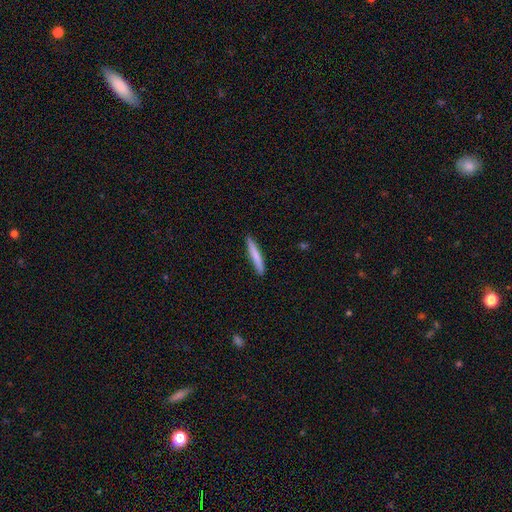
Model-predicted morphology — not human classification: Smooth or featured?
  - smooth: 76% *
  - featured or disk: 18%
  - star or artifact: 6%
How rounded?
  - cigar-shaped: 95% *
  - in between: 4%
  - round: 1%
Merging?
  - none: 88% *
  - minor disturbance: 9%
  - major disturbance: 2%
  - merger: 1%